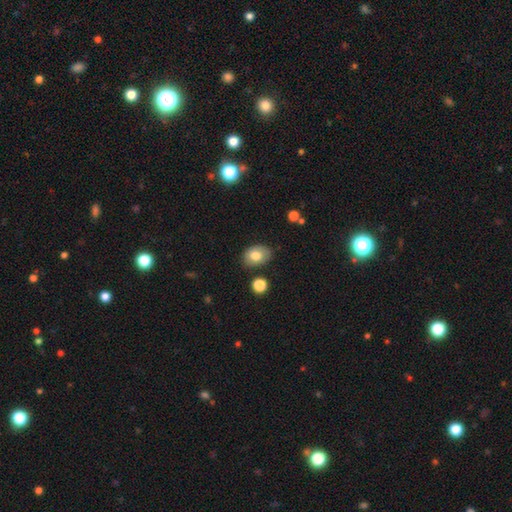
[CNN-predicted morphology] Smooth or featured? smooth (76%)
How rounded? in between (78%)
Merging? none (78%)